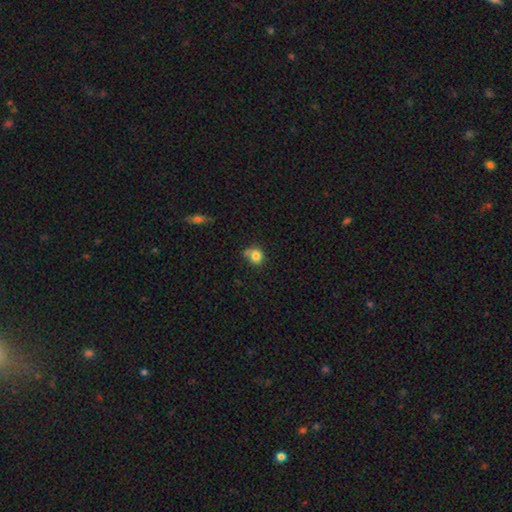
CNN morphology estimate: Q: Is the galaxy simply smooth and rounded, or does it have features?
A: smooth — 81%.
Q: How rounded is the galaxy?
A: round — 83%.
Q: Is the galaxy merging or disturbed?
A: none — 56%.